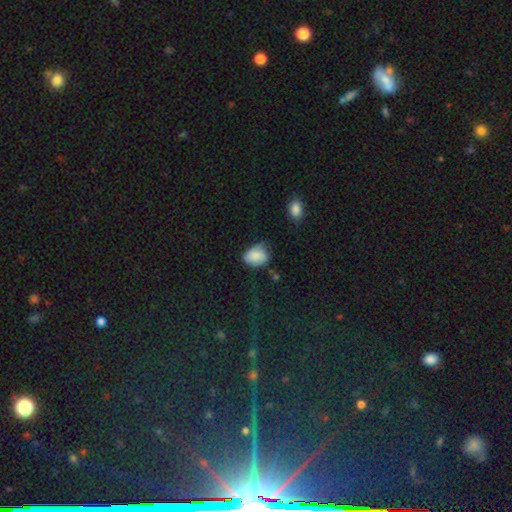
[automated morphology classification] type=smooth (77%); roundness=in between (71%); merging=none (46%).